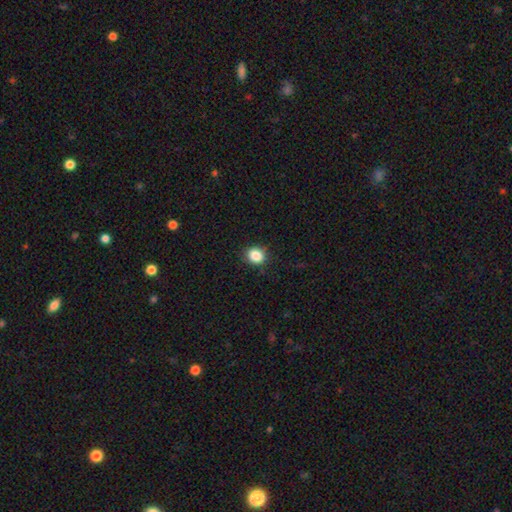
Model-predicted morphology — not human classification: Smooth or featured? smooth (86%)
How rounded? round (71%)
Merging? none (87%)